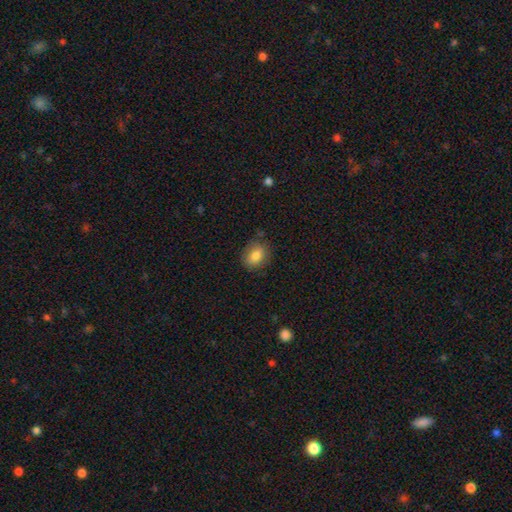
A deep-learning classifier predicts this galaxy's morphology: Smooth or featured: smooth — 83% (star or artifact — 9%)
How rounded: in between — 53% (round — 46%)
Merging: none — 81% (minor disturbance — 14%)